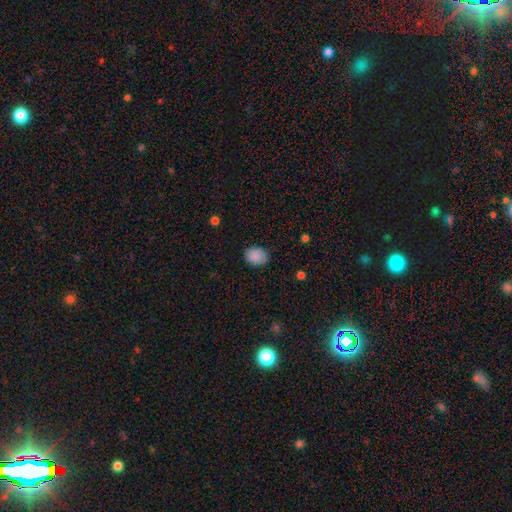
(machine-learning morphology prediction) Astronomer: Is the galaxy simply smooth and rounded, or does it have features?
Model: smooth — 87%.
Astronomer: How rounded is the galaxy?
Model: round — 58% (runner-up: in between, 41%).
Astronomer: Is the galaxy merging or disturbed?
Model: none — 81%.